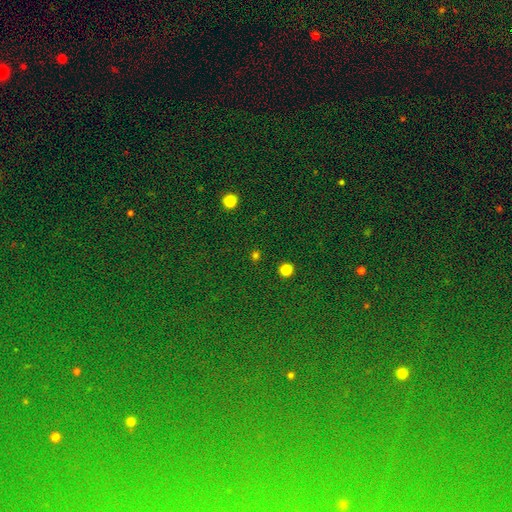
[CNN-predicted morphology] smooth_or_featured: star or artifact (p=0.78) [alt: smooth p=0.14]